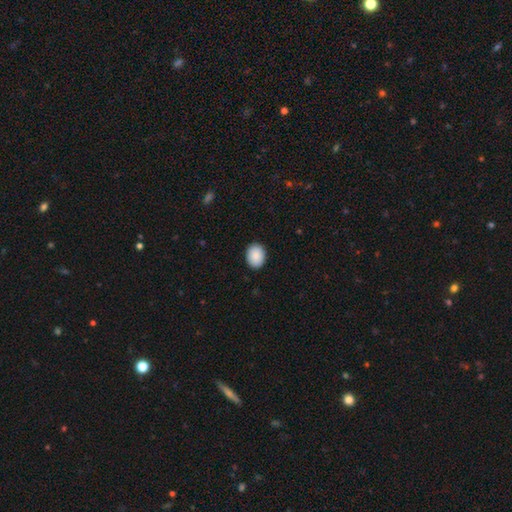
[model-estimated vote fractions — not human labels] This is clearly a smooth galaxy (90%). How rounded: likely in between (64%). Merging: clearly none (89%).